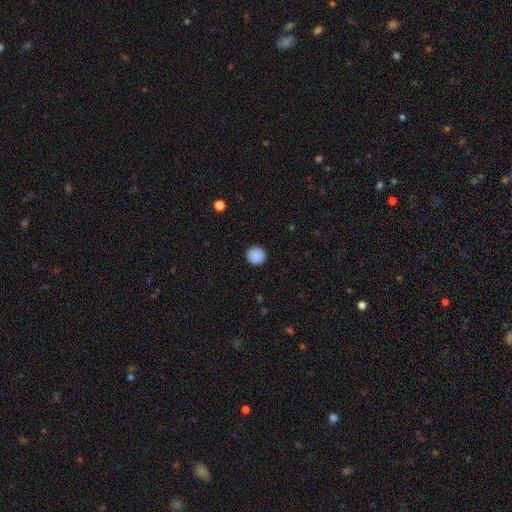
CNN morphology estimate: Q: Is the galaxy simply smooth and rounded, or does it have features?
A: smooth — 89%.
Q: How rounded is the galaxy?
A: round — 93%.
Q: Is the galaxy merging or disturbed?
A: none — 91%.